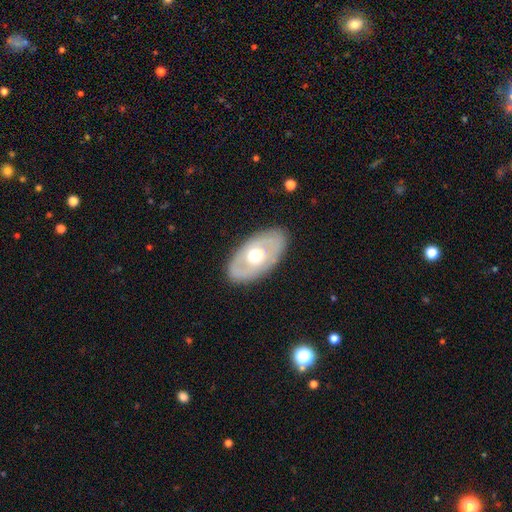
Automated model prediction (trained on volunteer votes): This is possibly a featured or disk galaxy (58%). It is clearly not viewed edge-on (88%). Bar: clearly no (84%). Spiral arm pattern: likely no (71%). Central bulge: likely moderate (73%). Merging: clearly none (85%).